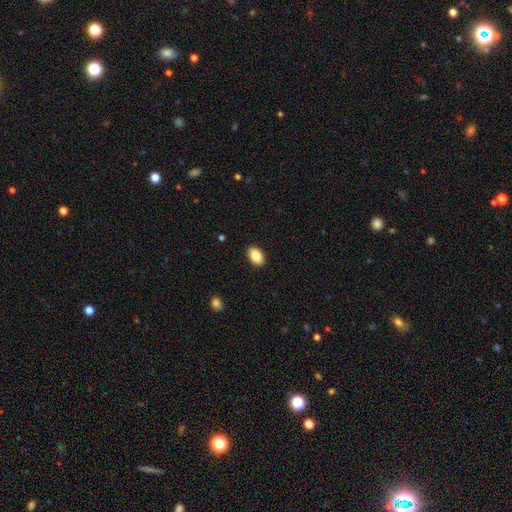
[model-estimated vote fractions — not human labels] Q: Smooth or featured?
A: smooth (85%); runner-up: featured or disk (7%)
Q: How rounded?
A: in between (89%); runner-up: round (10%)
Q: Merging?
A: none (90%); runner-up: minor disturbance (7%)